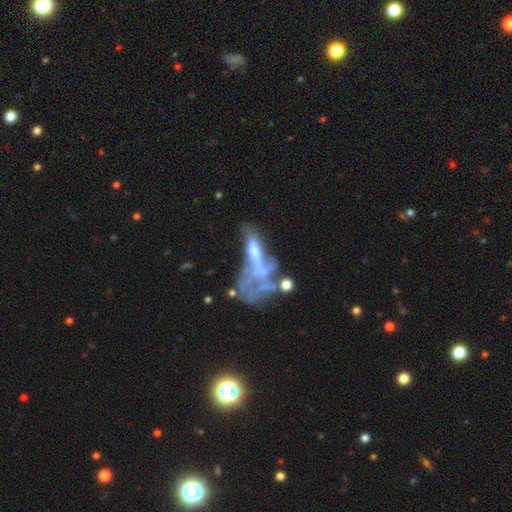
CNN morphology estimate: A featured or disk galaxy (59%) with no bar (80%), no spiral arms (85%) and no central bulge (54%). Merging: major disturbance (39%).